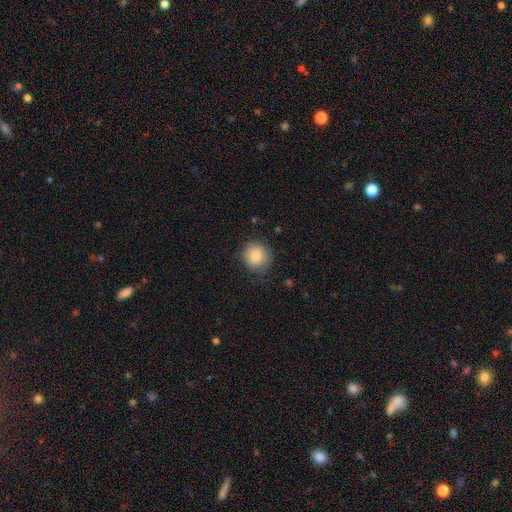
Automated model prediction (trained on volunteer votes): Smooth or featured? Predicted: smooth (p=0.85). How rounded? Predicted: round (p=0.93). Merging? Predicted: none (p=0.81).